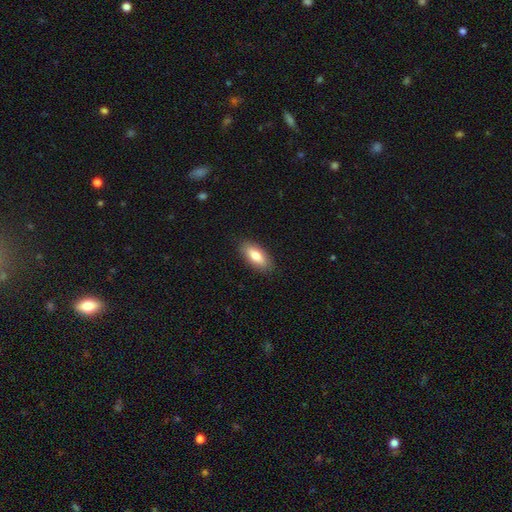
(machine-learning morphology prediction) The model was most divided on "smooth or featured": smooth: 77%, featured or disk: 16%, star or artifact: 6%. More confident: merging — none (88%); how rounded — in between (82%).